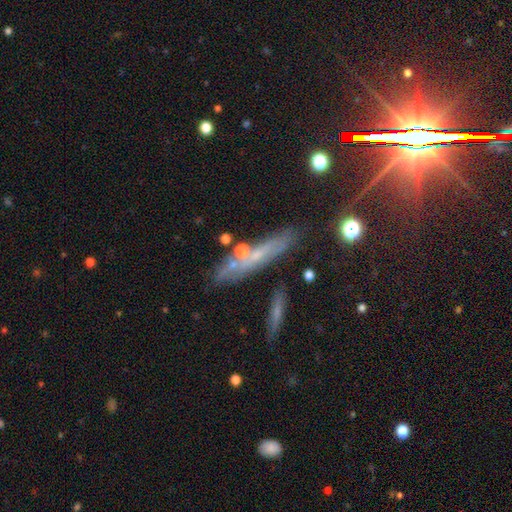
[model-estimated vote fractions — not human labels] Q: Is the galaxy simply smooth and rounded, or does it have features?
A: featured or disk — 49%.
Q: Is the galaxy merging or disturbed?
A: none — 75%.